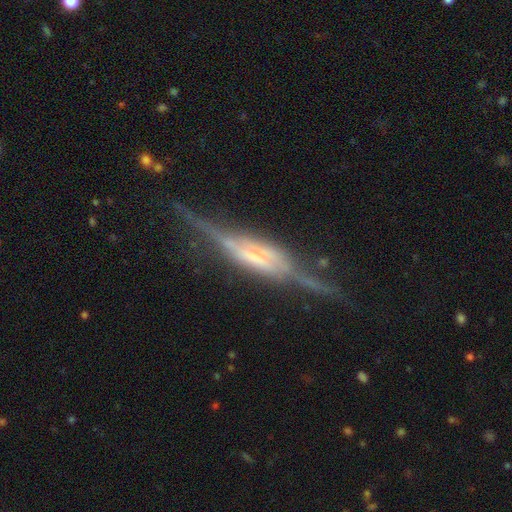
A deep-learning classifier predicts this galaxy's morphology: smooth-or-featured: featured or disk: 84% | smooth: 9% | star or artifact: 7%
  disk-edge-on: yes: 94% | no: 6%
    edge-on-bulge: boxy: 56% | rounded: 31% | none: 13%
  merging: none: 65% | minor disturbance: 21% | major disturbance: 11% | merger: 3%